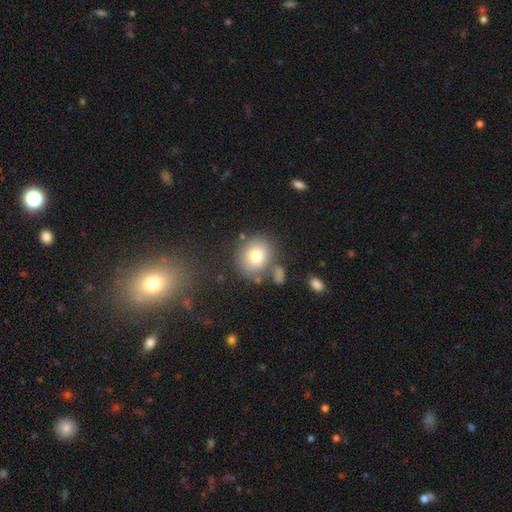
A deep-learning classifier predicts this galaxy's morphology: smooth 77%, featured or disk 13%, star or artifact 10%. Down the decision tree: how rounded — round (75%); merging — none (70%).